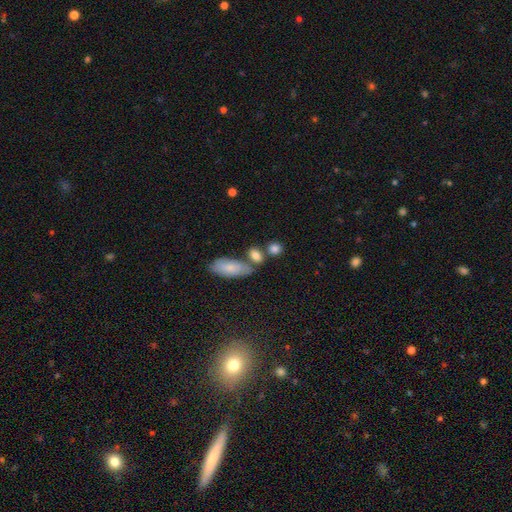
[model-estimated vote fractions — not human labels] smooth_or_featured: smooth (p=0.79) [alt: star or artifact p=0.11]
how_rounded: in between (p=0.48) [alt: round p=0.44]
merging: none (p=0.62) [alt: merger p=0.21]